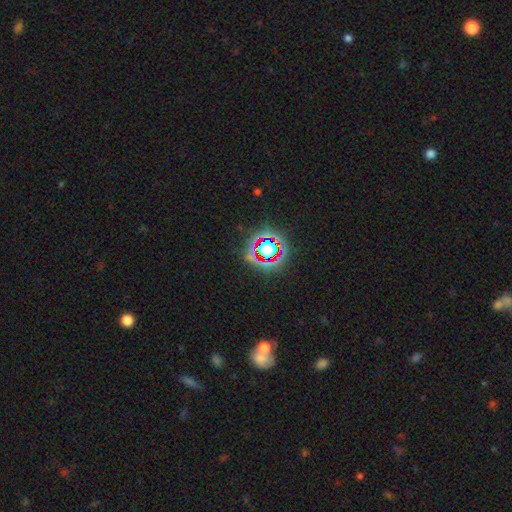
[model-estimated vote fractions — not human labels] Smooth or featured: star or artifact — 73% (smooth — 16%)